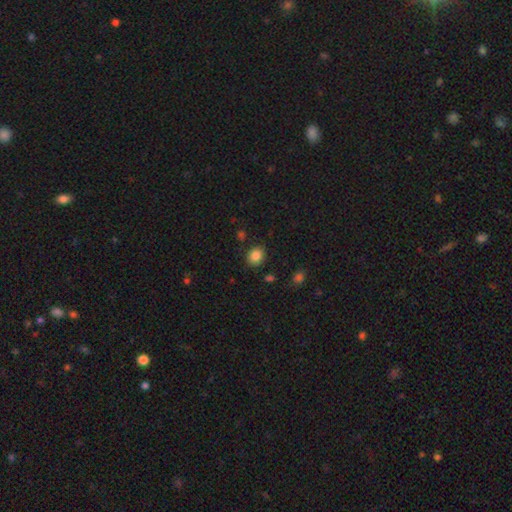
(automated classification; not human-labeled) This is clearly a smooth galaxy (85%). How rounded: likely round (62%). Merging: clearly none (84%).